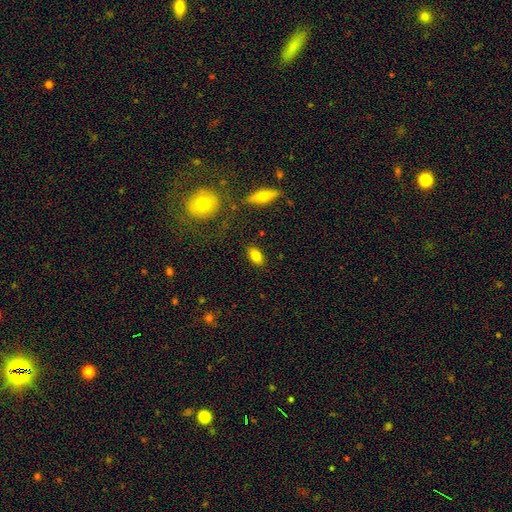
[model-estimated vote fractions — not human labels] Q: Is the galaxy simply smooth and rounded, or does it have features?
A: smooth — 80%.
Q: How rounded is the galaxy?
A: in between — 88%.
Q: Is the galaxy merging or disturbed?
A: none — 85%.